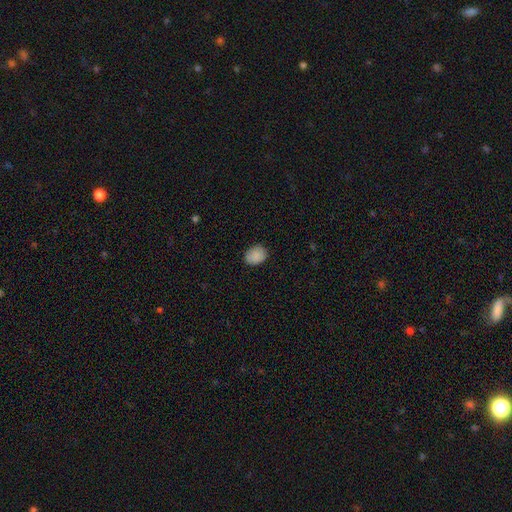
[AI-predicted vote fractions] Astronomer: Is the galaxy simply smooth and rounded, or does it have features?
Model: smooth — 88%.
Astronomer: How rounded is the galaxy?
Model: in between — 53% (runner-up: round, 46%).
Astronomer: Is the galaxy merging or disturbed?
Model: none — 84%.